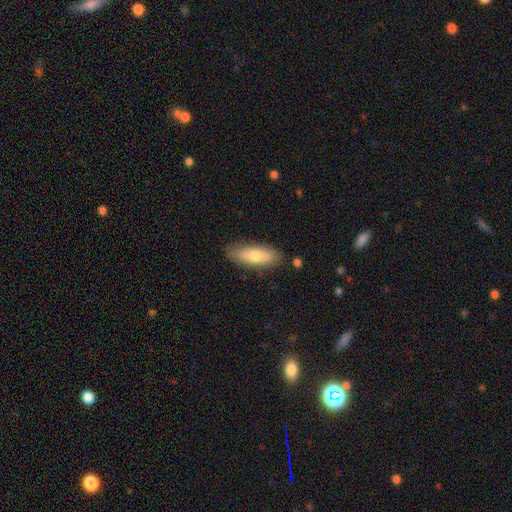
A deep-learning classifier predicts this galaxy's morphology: Smooth or featured: smooth — 69% (featured or disk — 25%)
How rounded: in between — 68% (cigar-shaped — 29%)
Merging: none — 82% (minor disturbance — 14%)